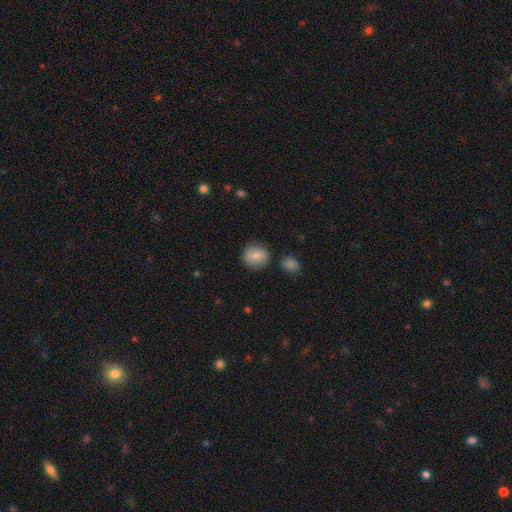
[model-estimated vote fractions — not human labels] smooth-or-featured: smooth: 77% | featured or disk: 15% | star or artifact: 8%
  how-rounded: round: 86% | in between: 13% | cigar-shaped: 1%
  merging: none: 81% | minor disturbance: 12% | merger: 4% | major disturbance: 3%